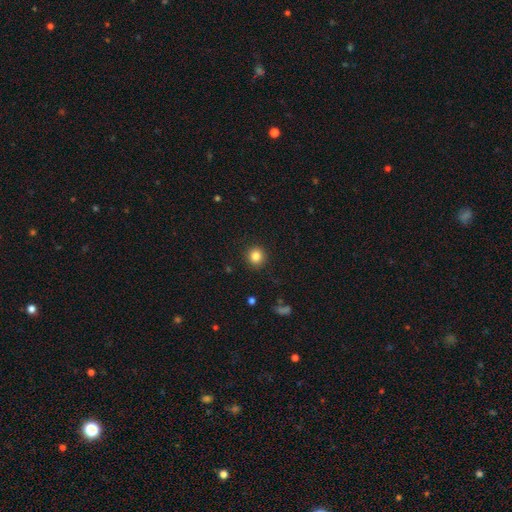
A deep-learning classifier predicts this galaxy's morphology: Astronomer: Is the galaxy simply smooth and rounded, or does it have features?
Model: smooth — 83%.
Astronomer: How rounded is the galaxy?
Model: round — 91%.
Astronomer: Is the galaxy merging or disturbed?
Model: none — 91%.